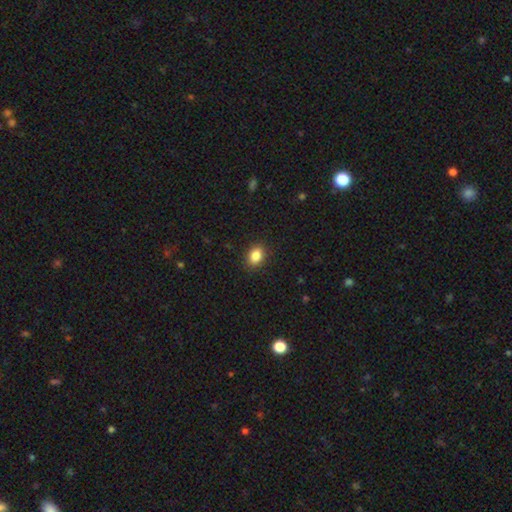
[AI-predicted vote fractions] Smooth or featured? Predicted: smooth (p=0.86). How rounded? Predicted: in between (p=0.70). Merging? Predicted: none (p=0.88).